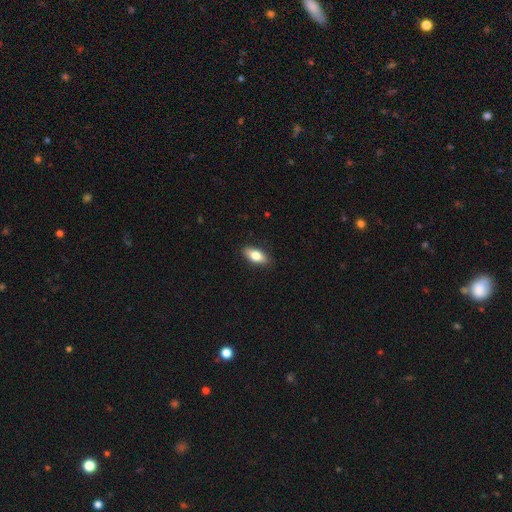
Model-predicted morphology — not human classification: smooth_or_featured: smooth (p=0.79) [alt: featured or disk p=0.15]
how_rounded: in between (p=0.85) [alt: cigar-shaped p=0.11]
merging: none (p=0.88) [alt: minor disturbance p=0.09]